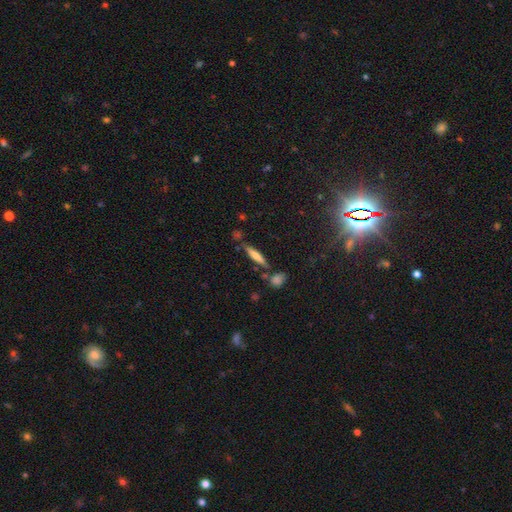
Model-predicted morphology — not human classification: Q: Smooth or featured?
A: smooth (59%); runner-up: featured or disk (33%)
Q: How rounded?
A: cigar-shaped (86%); runner-up: in between (12%)
Q: Merging?
A: none (75%); runner-up: minor disturbance (13%)